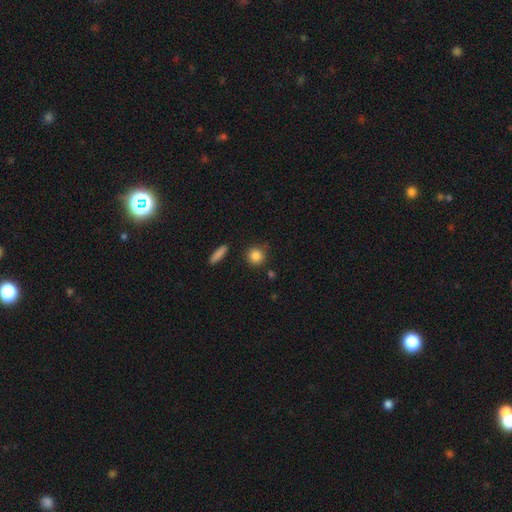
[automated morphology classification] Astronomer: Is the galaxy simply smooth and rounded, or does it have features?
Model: smooth — 86%.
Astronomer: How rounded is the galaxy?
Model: round — 88%.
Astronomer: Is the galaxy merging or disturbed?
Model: none — 83%.